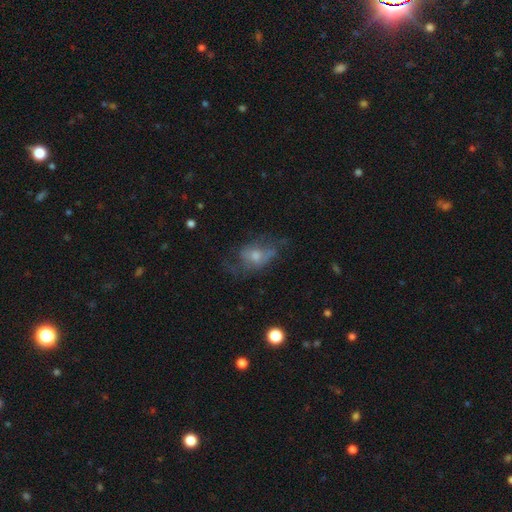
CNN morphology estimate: Smooth or featured: featured or disk — 50% (smooth — 38%)
Merging: none — 40% (major disturbance — 32%)